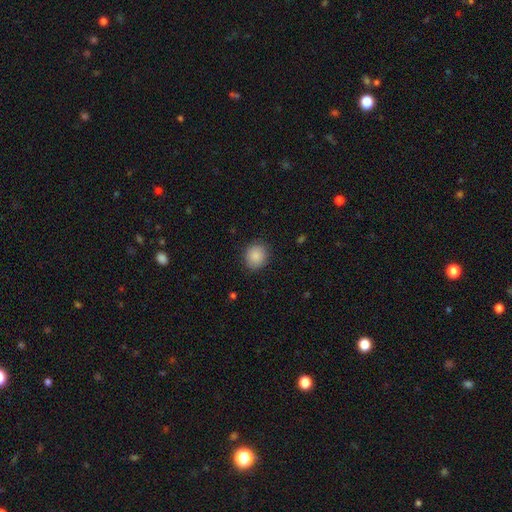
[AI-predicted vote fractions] Smooth or featured: smooth — 88% (star or artifact — 8%)
How rounded: round — 79% (in between — 20%)
Merging: none — 87% (minor disturbance — 9%)